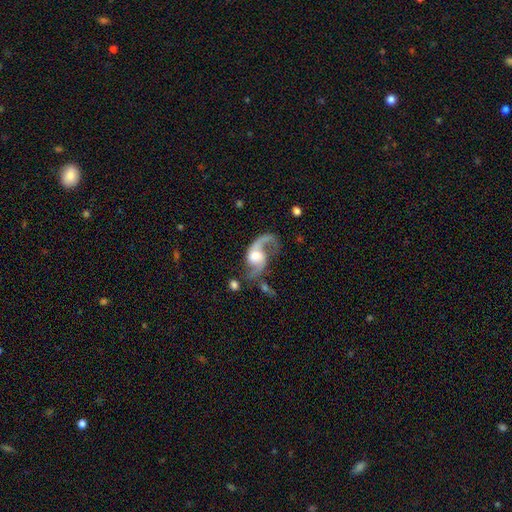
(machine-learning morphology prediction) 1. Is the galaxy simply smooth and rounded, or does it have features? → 87% featured or disk, 8% smooth, 5% star or artifact.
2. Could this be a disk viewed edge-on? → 97% no, 3% yes.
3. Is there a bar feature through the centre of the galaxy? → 55% no, 34% weak, 11% strong.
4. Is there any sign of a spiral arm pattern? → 95% yes, 5% no.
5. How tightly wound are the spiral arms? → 70% loose, 25% medium, 5% tight.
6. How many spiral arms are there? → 83% 2, 12% 1, 2% can't tell, 1% 3, 1% 4, 1% more than 4.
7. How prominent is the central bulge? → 54% moderate, 21% large, 19% small, 4% none, 3% dominant.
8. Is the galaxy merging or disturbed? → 52% none, 22% major disturbance, 18% minor disturbance, 8% merger.